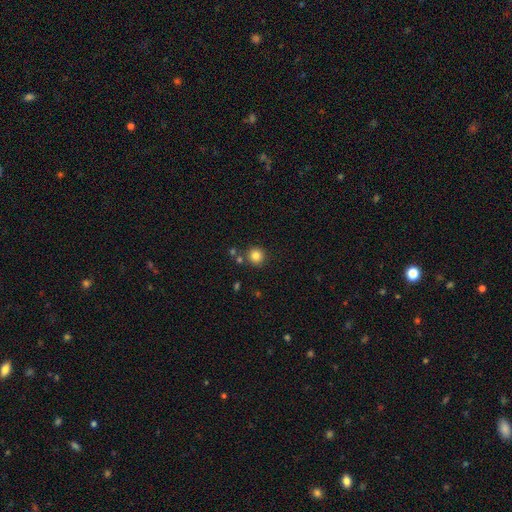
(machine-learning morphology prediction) Smooth or featured: smooth — 83% (star or artifact — 11%)
How rounded: round — 93% (in between — 6%)
Merging: none — 81% (merger — 9%)